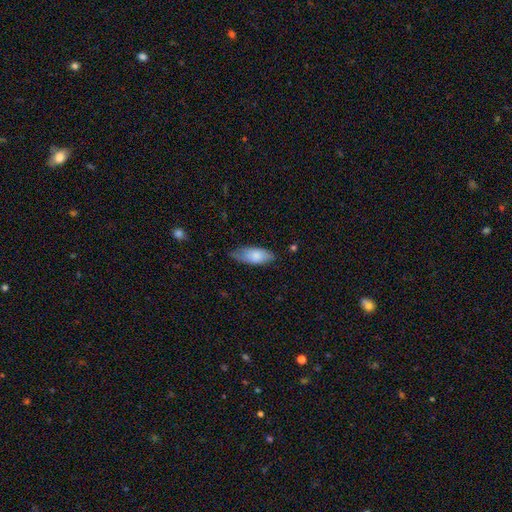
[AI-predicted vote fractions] Smooth or featured: smooth — 80% (featured or disk — 14%)
How rounded: in between — 84% (cigar-shaped — 14%)
Merging: none — 66% (minor disturbance — 28%)